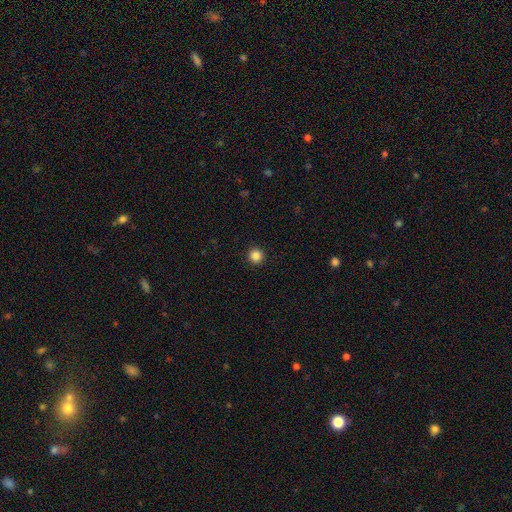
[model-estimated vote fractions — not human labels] Q: Smooth or featured?
A: smooth (86%); runner-up: star or artifact (11%)
Q: How rounded?
A: round (96%); runner-up: in between (3%)
Q: Merging?
A: none (94%); runner-up: minor disturbance (4%)